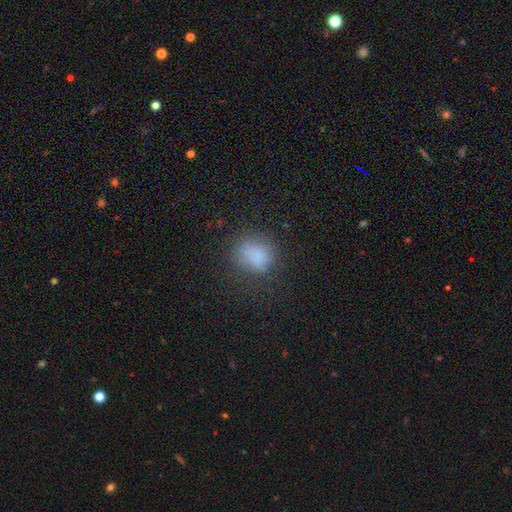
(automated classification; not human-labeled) Q: Smooth or featured?
A: smooth (77%); runner-up: star or artifact (13%)
Q: How rounded?
A: round (69%); runner-up: in between (30%)
Q: Merging?
A: none (67%); runner-up: minor disturbance (20%)